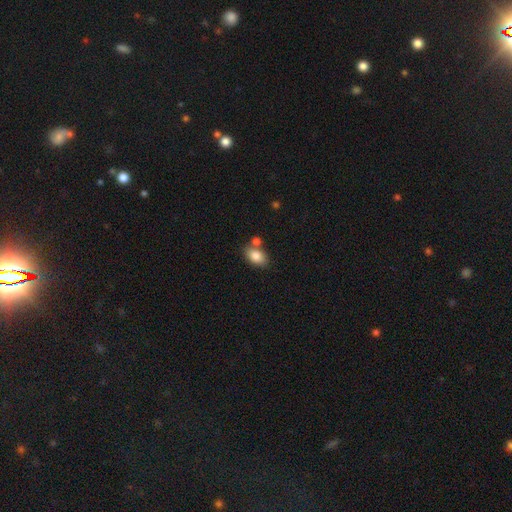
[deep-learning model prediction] Smooth or featured?
  - smooth: 83% *
  - featured or disk: 9%
  - star or artifact: 8%
How rounded?
  - in between: 87% *
  - round: 12%
  - cigar-shaped: 2%
Merging?
  - none: 64% *
  - merger: 19%
  - minor disturbance: 13%
  - major disturbance: 3%